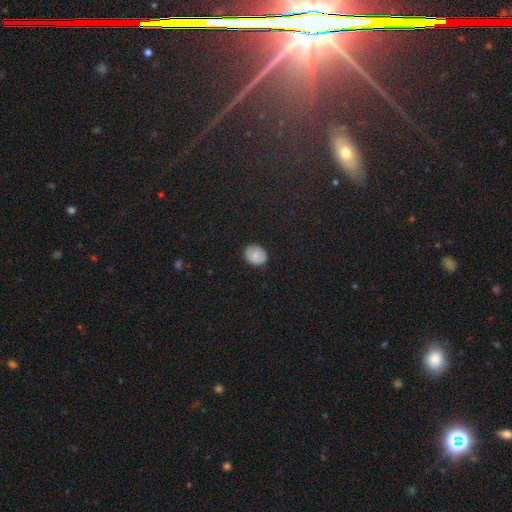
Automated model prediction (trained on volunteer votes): The model was most divided on "how rounded": round: 57%, in between: 42%, cigar-shaped: 1%. More confident: merging — none (86%); smooth or featured — smooth (77%).